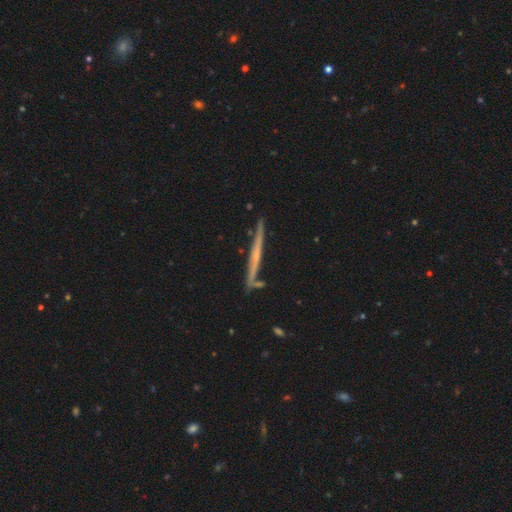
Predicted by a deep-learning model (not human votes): smooth-or-featured: featured or disk: 66% | smooth: 28% | star or artifact: 6%
  disk-edge-on: yes: 97% | no: 3%
    edge-on-bulge: none: 69% | rounded: 24% | boxy: 7%
  merging: none: 83% | minor disturbance: 11% | merger: 4% | major disturbance: 2%